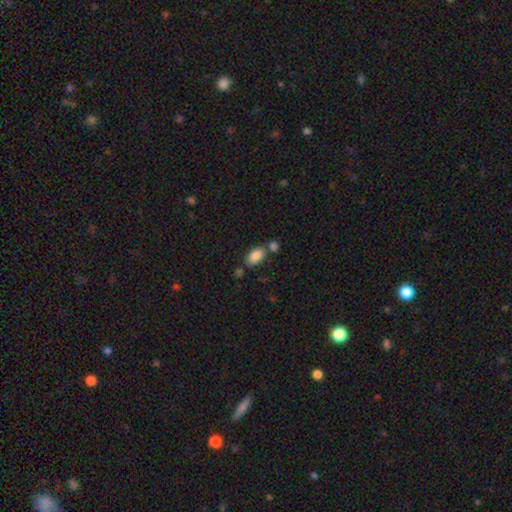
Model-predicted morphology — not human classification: type=smooth (86%); roundness=in between (93%); merging=none (63%).